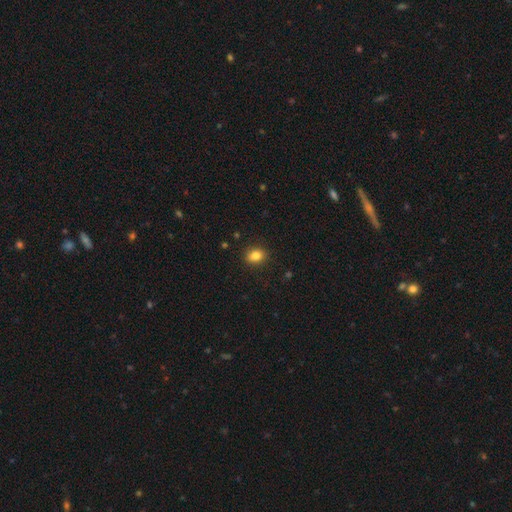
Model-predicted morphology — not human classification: smooth 84%, star or artifact 10%, featured or disk 7%. Down the decision tree: how rounded — in between (65%); merging — none (89%).